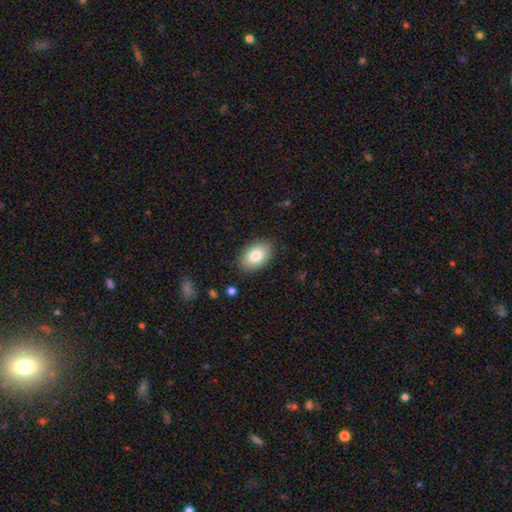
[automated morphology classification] A smooth galaxy with no disk features (83%) that is in between round and cigar-shaped (90%).

Vote fractions:
- Smooth or featured? smooth: 83% / featured or disk: 10% / star or artifact: 7%
- How rounded? in between: 90% / round: 9% / cigar-shaped: 1%
- Merging? none: 87% / minor disturbance: 10% / major disturbance: 2% / merger: 1%